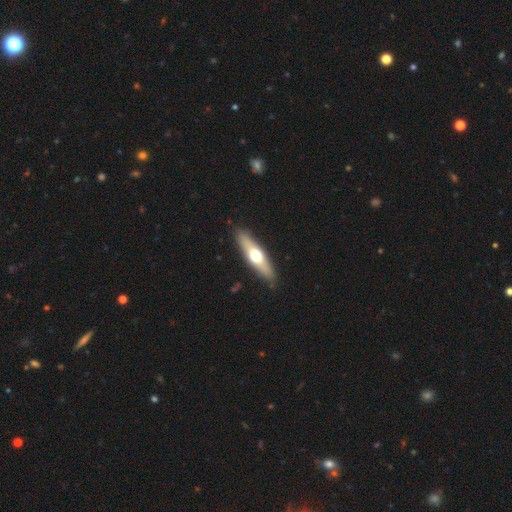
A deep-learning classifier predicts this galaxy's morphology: This appears to be a featured or disk galaxy (50%) viewed edge-on (86%). Merging: none (88%).